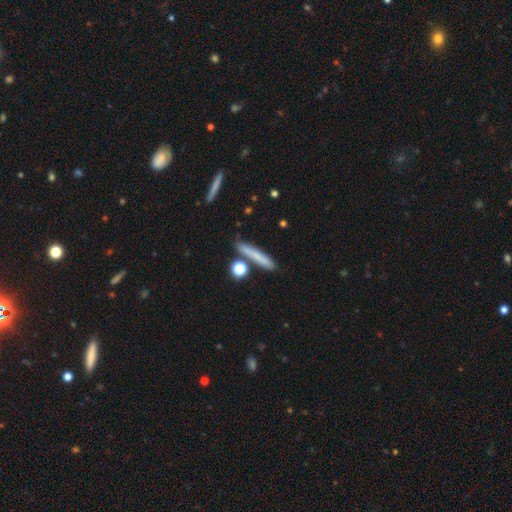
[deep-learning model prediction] This appears to be a smooth galaxy with no disk features (72%) that is cigar-shaped (85%). Merging: none (76%).